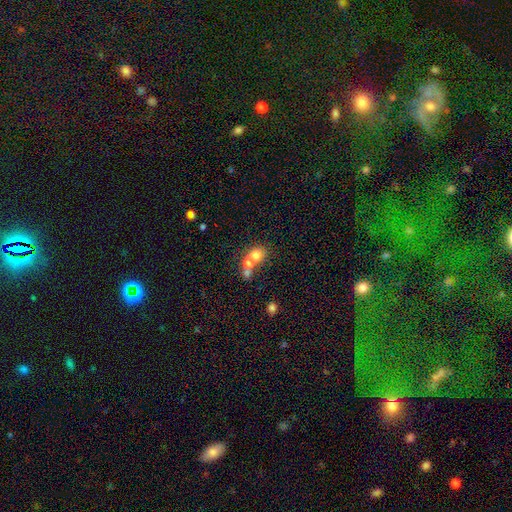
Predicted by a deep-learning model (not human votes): A smooth galaxy with no disk features (70%) that is round (72%).

Vote fractions:
- Smooth or featured? smooth: 70% / featured or disk: 18% / star or artifact: 12%
- How rounded? round: 72% / in between: 27% / cigar-shaped: 1%
- Merging? merger: 60% / none: 30% / minor disturbance: 6% / major disturbance: 4%